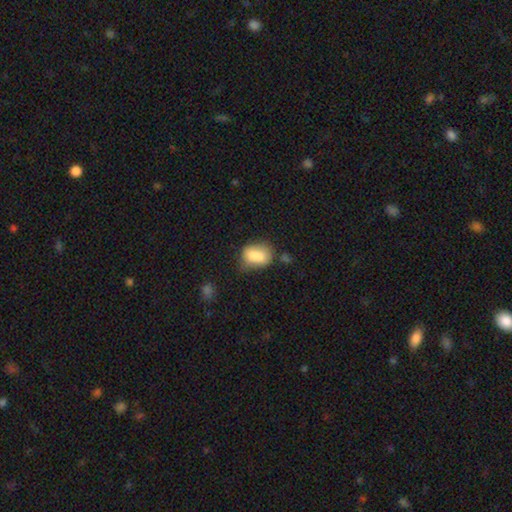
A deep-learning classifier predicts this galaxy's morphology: This appears to be a smooth galaxy with no disk features (77%) that is in between round and cigar-shaped (72%). Merging: none (38%).